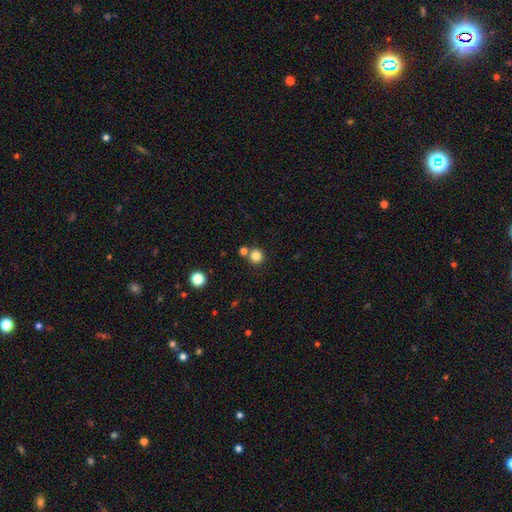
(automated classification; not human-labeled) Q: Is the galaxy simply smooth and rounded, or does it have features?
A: smooth — 82%.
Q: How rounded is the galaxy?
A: round — 94%.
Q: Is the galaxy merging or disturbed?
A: none — 75%.